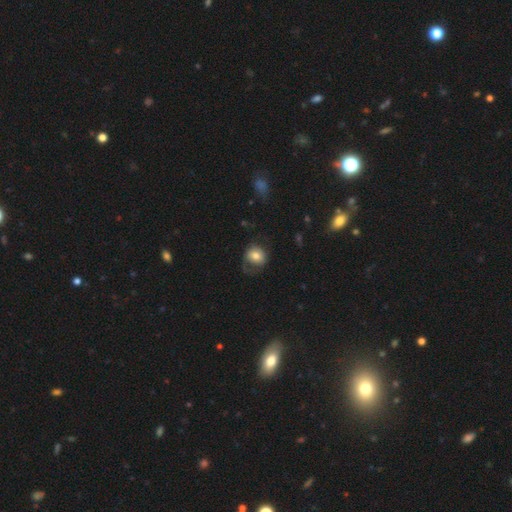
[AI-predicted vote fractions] Smooth or featured? Predicted: smooth (p=0.68). How rounded? Predicted: round (p=0.69). Merging? Predicted: none (p=0.47).